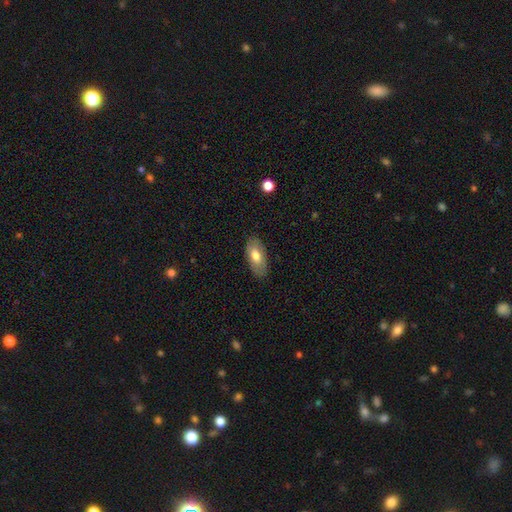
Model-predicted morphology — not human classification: Smooth or featured? Predicted: smooth (p=0.71). How rounded? Predicted: in between (p=0.91). Merging? Predicted: none (p=0.84).